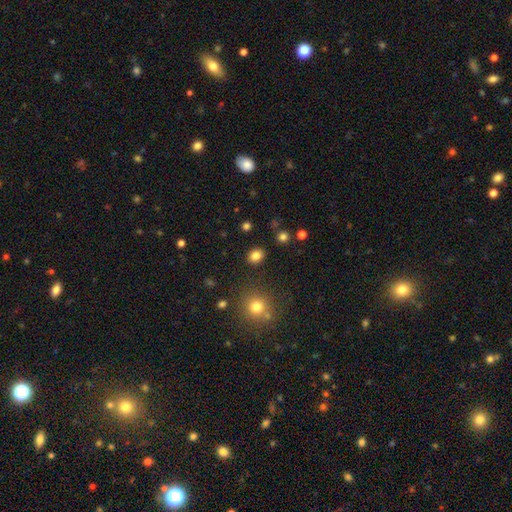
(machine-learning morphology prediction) A smooth galaxy with no disk features (83%) that is round (52%). Merging: none (88%).